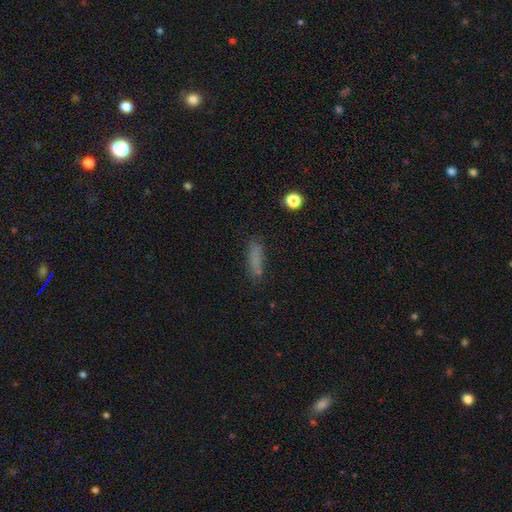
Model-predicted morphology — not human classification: The model was most divided on "how rounded": cigar-shaped: 66%, in between: 31%, round: 3%. More confident: smooth or featured — smooth (77%); merging — none (77%).